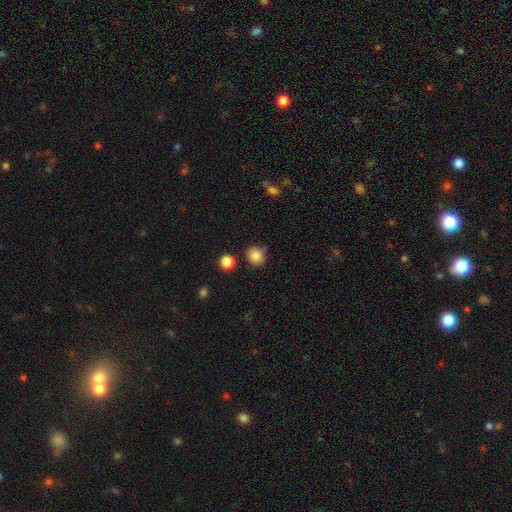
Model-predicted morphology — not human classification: A smooth galaxy with no disk features (85%) that is round (75%). Merging: none (79%).